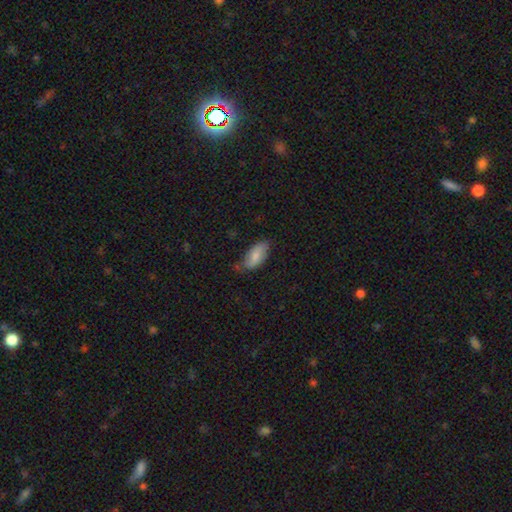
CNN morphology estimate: smooth_or_featured: smooth (p=0.76) [alt: featured or disk p=0.17]
how_rounded: in between (p=0.91) [alt: cigar-shaped p=0.06]
merging: none (p=0.61) [alt: minor disturbance p=0.30]